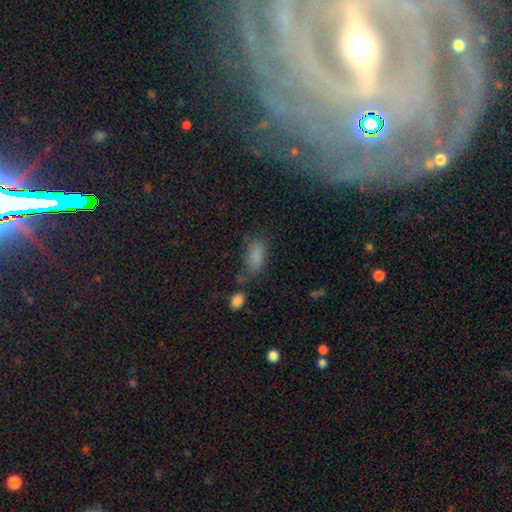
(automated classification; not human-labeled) smooth 81%, star or artifact 13%, featured or disk 6%. Down the decision tree: how rounded — in between (88%); merging — none (61%).